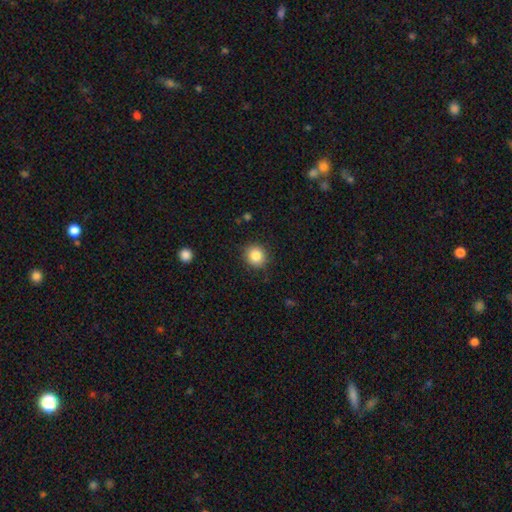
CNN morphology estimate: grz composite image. It shows a smooth galaxy with no disk features (85%) that is round (87%). Merging: none (88%).